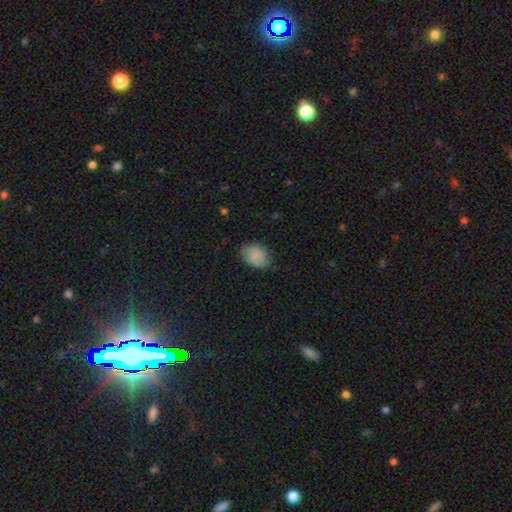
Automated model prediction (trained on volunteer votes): Morphology: type=smooth (85%); roundness=in between (71%); merging=none (77%).